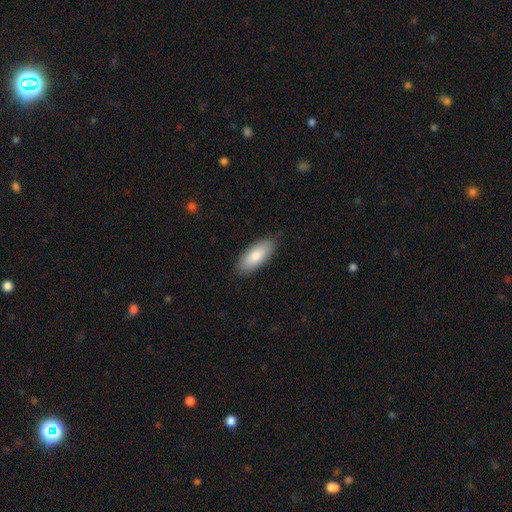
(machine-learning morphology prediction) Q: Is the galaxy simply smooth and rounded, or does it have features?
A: smooth — 81%.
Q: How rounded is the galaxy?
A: in between — 81%.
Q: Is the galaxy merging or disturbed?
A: none — 86%.